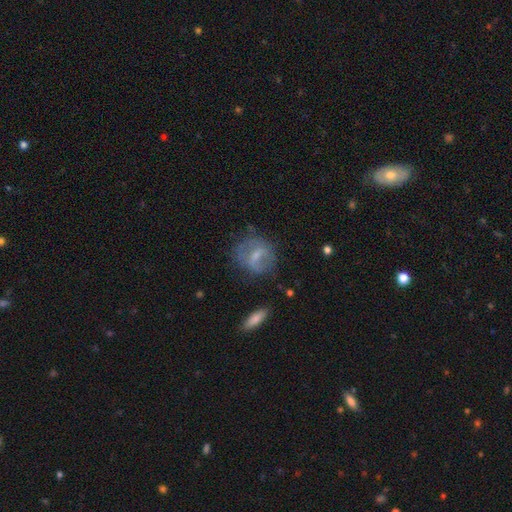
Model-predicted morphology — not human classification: A featured or disk galaxy (48%).

Vote fractions:
- Smooth or featured? featured or disk: 48% / smooth: 43% / star or artifact: 9%
- Merging? none: 58% / minor disturbance: 23% / major disturbance: 16% / merger: 3%